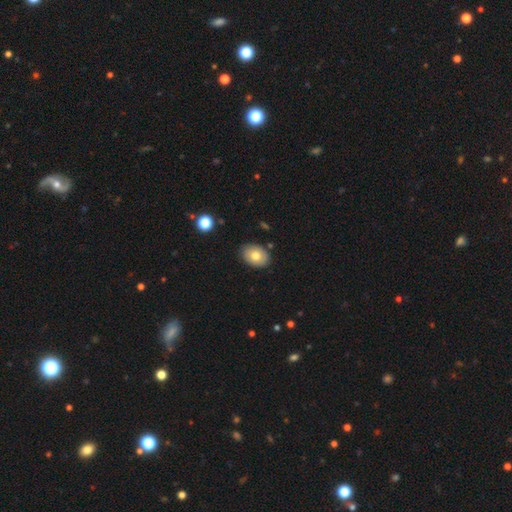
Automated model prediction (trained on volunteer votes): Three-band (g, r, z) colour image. It shows a smooth galaxy with no disk features (75%) that is in between round and cigar-shaped (78%). Merging: none (85%).